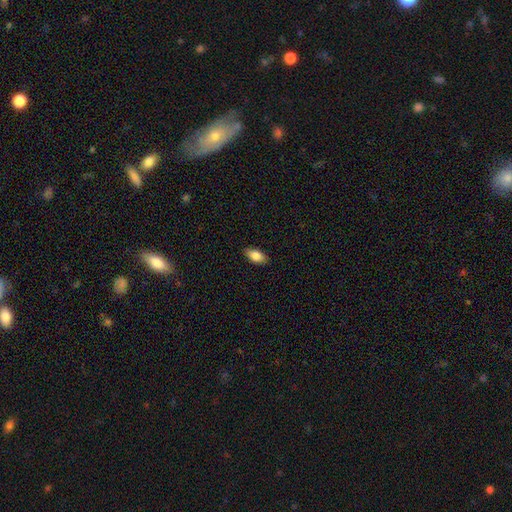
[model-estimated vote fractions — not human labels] This is clearly a smooth galaxy (84%). How rounded: clearly in between (89%). Merging: clearly none (88%).